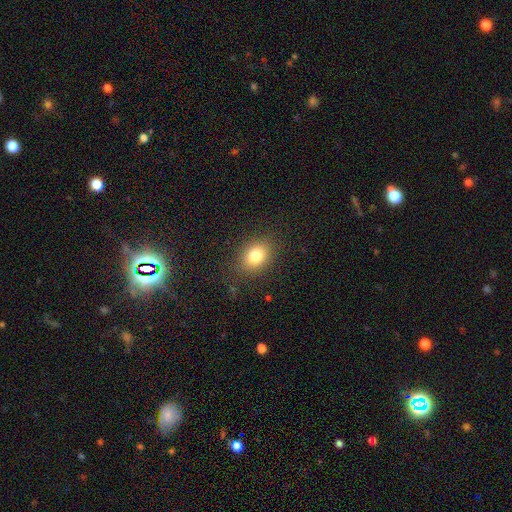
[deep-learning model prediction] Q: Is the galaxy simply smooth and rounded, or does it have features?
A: smooth — 80%.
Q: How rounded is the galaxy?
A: in between — 62%.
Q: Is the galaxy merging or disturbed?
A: none — 85%.